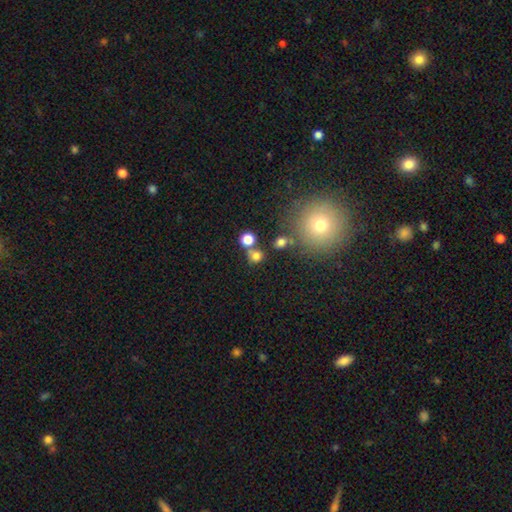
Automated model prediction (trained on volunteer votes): A smooth galaxy with no disk features (74%) that is round (77%).

Vote fractions:
- Smooth or featured? smooth: 74% / star or artifact: 17% / featured or disk: 8%
- How rounded? round: 77% / in between: 21% / cigar-shaped: 1%
- Merging? none: 57% / merger: 28% / minor disturbance: 9% / major disturbance: 5%